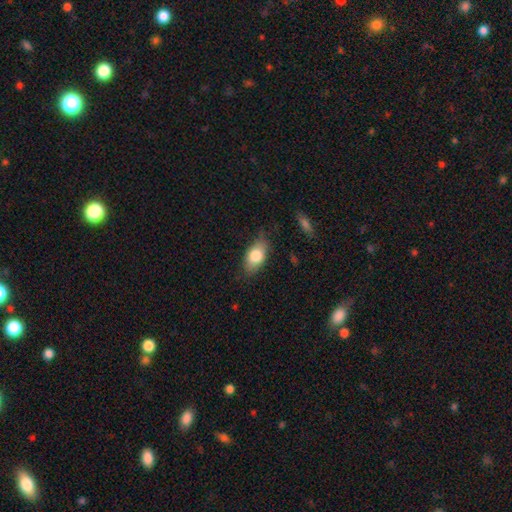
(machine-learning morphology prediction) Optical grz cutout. It shows a smooth galaxy with no disk features (77%) that is in between round and cigar-shaped (86%). Merging: none (74%).